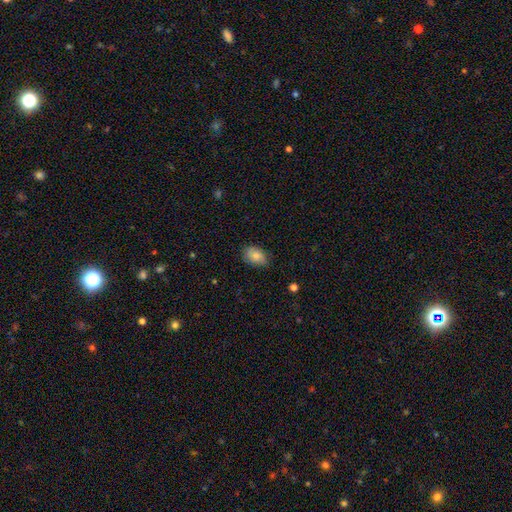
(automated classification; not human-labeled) Morphology: type=smooth (80%); roundness=in between (84%); merging=none (77%).